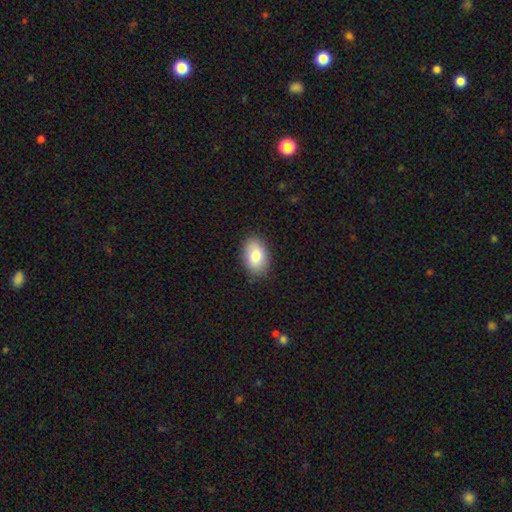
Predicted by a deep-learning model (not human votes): Smooth or featured? smooth (81%)
How rounded? in between (88%)
Merging? none (85%)